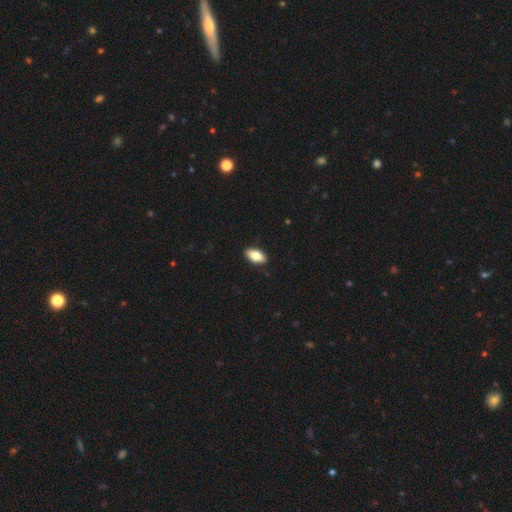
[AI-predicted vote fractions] Smooth or featured: smooth — 79% (featured or disk — 14%)
How rounded: in between — 91% (cigar-shaped — 5%)
Merging: none — 89% (minor disturbance — 8%)